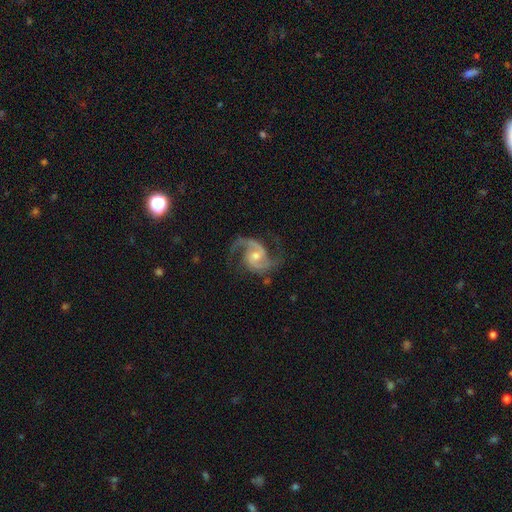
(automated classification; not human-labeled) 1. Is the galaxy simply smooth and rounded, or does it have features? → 92% featured or disk, 4% star or artifact, 4% smooth.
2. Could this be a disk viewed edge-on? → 98% no, 2% yes.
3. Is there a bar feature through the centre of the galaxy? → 54% no, 38% weak, 9% strong.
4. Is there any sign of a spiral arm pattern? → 98% yes, 2% no.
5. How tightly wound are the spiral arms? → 58% medium, 29% loose, 13% tight.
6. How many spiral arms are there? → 91% 2, 3% 3, 2% 1, 2% can't tell, 1% 4, 1% more than 4.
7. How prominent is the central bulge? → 56% moderate, 37% small, 4% large, 2% none, 1% dominant.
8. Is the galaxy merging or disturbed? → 72% none, 17% minor disturbance, 10% major disturbance, 2% merger.